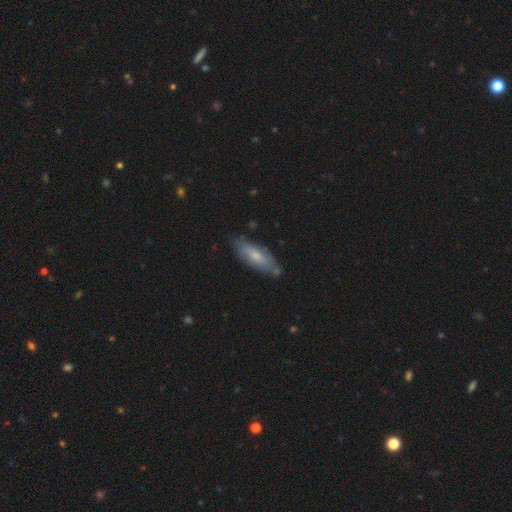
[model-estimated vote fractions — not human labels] Overall: smooth (64%; featured or disk 30%). How rounded: in between (61%; cigar-shaped 37%). Merging: none (74%).